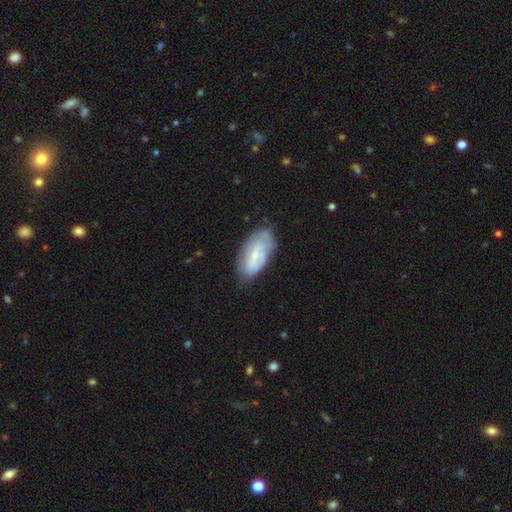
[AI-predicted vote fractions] Smooth or featured? Predicted: featured or disk (p=0.54). Edge-on disk? Predicted: no (p=0.92). Merging? Predicted: none (p=0.65).